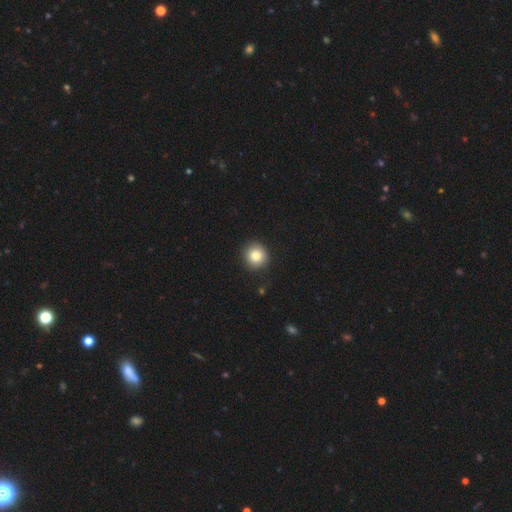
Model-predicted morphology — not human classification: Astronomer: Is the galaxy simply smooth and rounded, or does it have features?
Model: smooth — 82%.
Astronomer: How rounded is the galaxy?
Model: round — 93%.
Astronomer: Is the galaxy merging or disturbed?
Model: none — 90%.